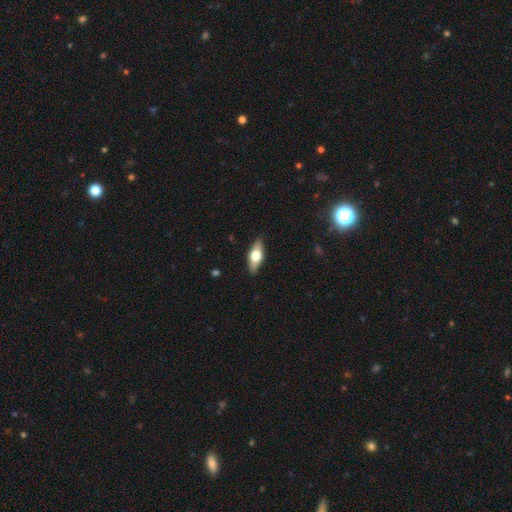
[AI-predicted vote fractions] The model was most divided on "smooth or featured": smooth: 48%, featured or disk: 46%, star or artifact: 6%. More confident: merging — none (88%).